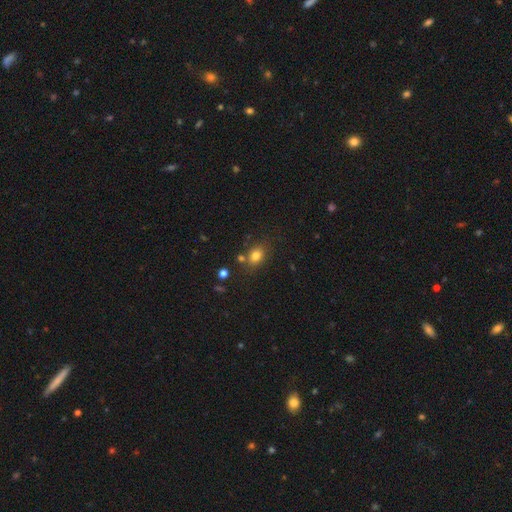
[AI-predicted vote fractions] Smooth or featured: smooth — 79% (star or artifact — 12%)
How rounded: in between — 64% (round — 35%)
Merging: none — 71% (minor disturbance — 14%)